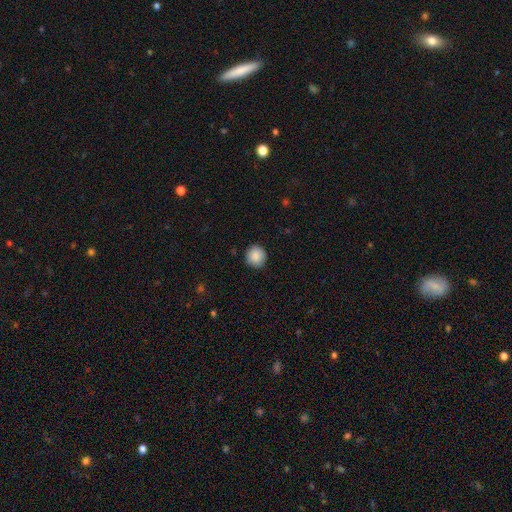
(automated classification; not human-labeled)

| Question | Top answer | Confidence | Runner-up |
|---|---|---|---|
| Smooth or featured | smooth | 88% | star or artifact (8%) |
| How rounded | round | 93% | in between (6%) |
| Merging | none | 89% | minor disturbance (8%) |